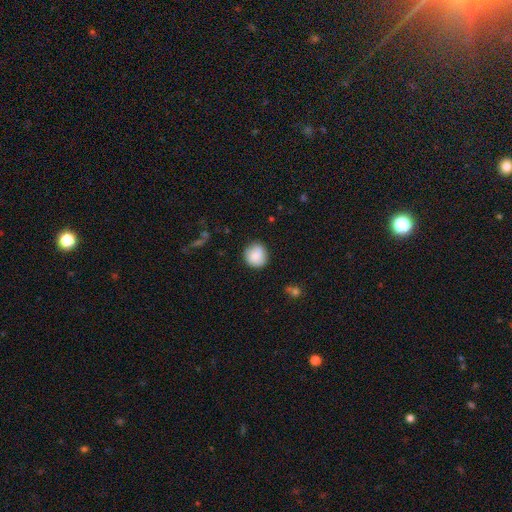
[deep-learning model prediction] Smooth or featured? Predicted: smooth (p=0.83). How rounded? Predicted: round (p=0.90). Merging? Predicted: none (p=0.83).